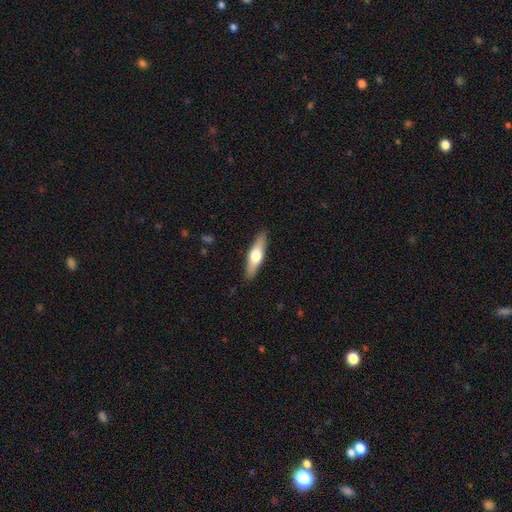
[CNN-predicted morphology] This is possibly a featured or disk galaxy (50%). Merging: clearly none (89%).